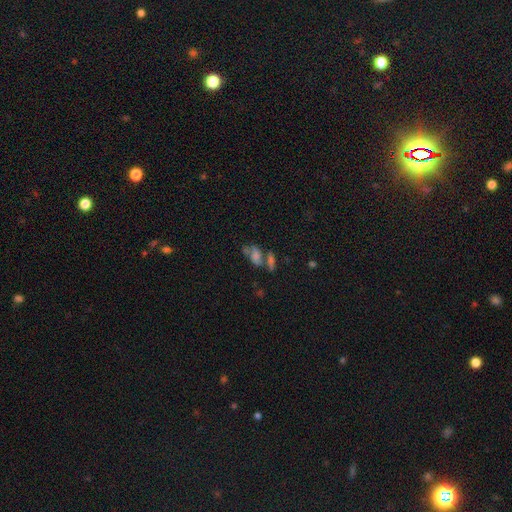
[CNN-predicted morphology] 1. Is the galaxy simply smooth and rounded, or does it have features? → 44% featured or disk, 36% smooth, 20% star or artifact.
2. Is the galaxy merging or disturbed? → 37% merger, 36% none, 14% minor disturbance, 13% major disturbance.